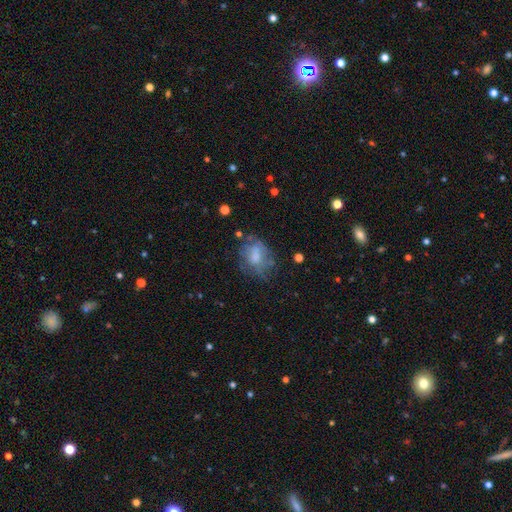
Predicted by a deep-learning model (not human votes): Smooth or featured? smooth (57%)
How rounded? in between (54%)
Merging? none (51%)